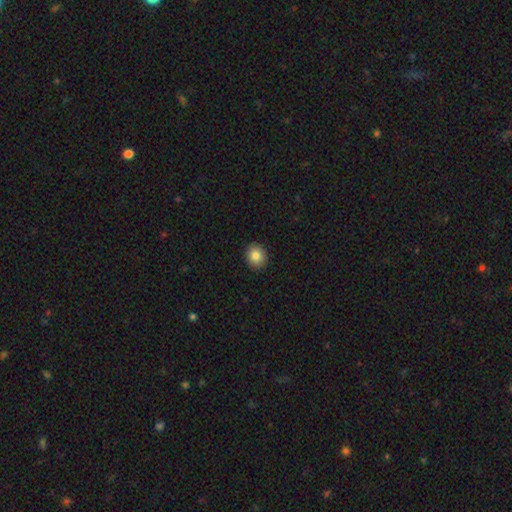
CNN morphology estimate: This appears to be a smooth galaxy with no disk features (84%) that is round (80%). Merging: none (92%).